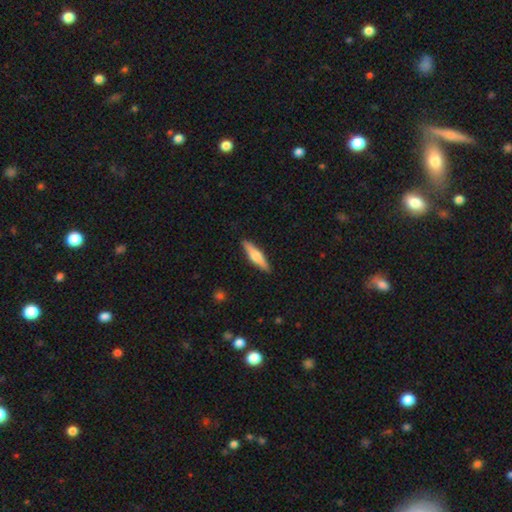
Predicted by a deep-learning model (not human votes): Overall: smooth (50%; featured or disk 45%). Merging: none (90%).